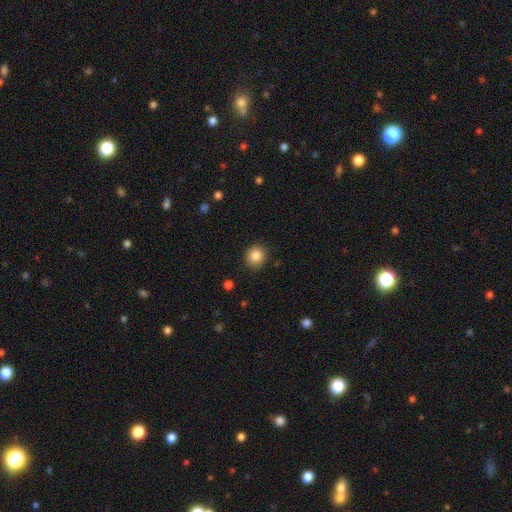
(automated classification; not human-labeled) Q: Smooth or featured?
A: smooth (86%); runner-up: star or artifact (10%)
Q: How rounded?
A: round (87%); runner-up: in between (12%)
Q: Merging?
A: none (89%); runner-up: minor disturbance (8%)